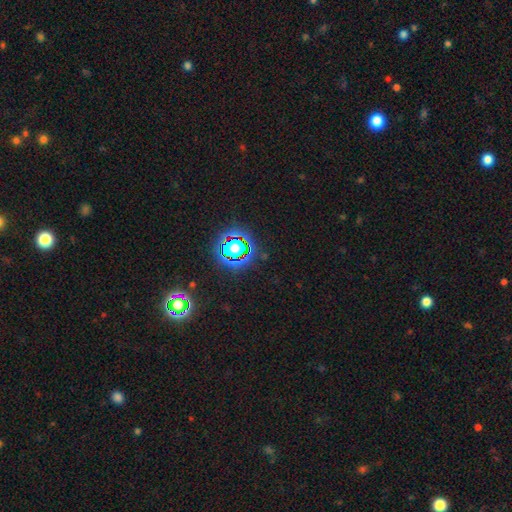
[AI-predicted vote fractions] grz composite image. It shows a star or artifact, not a galaxy (81%).